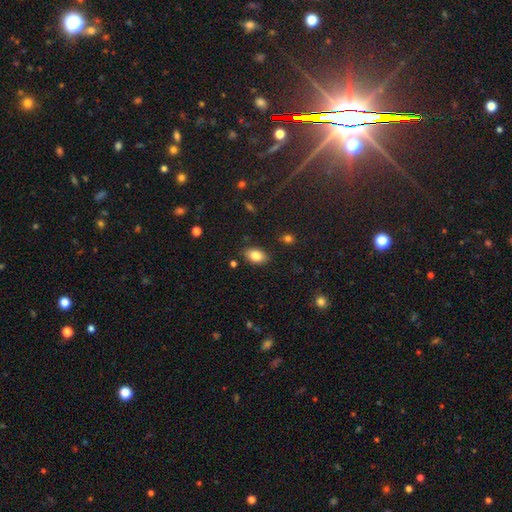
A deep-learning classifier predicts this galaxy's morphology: A smooth galaxy with no disk features (82%) that is in between round and cigar-shaped (90%). Merging: none (83%).